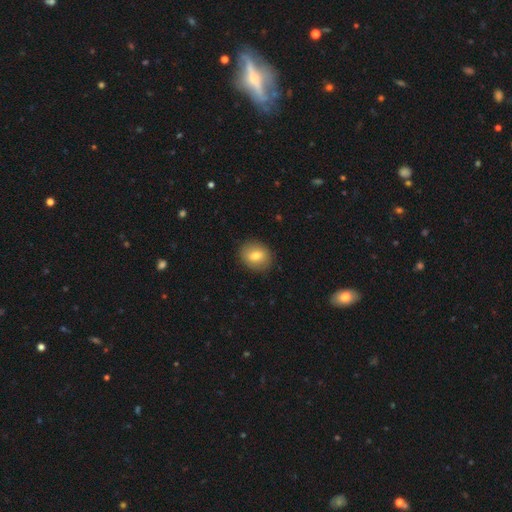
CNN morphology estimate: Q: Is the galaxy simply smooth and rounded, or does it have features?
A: smooth — 76%.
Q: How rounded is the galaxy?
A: round — 60%.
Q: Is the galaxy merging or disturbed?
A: none — 89%.